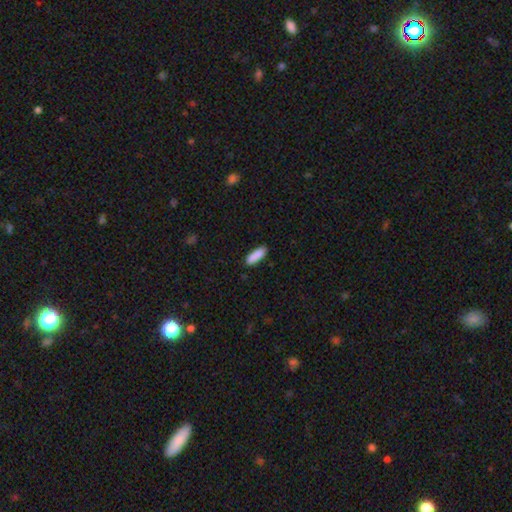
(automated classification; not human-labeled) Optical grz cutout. It shows a smooth galaxy with no disk features (89%) that is in between round and cigar-shaped (52%). Merging: none (86%).